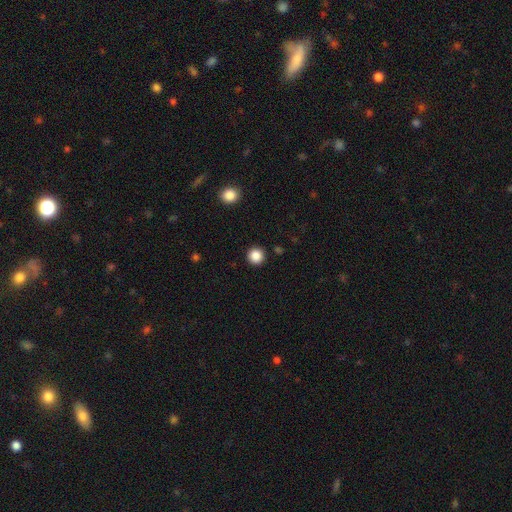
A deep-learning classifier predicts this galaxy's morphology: Smooth or featured? Predicted: smooth (p=0.87). How rounded? Predicted: round (p=0.95). Merging? Predicted: none (p=0.92).